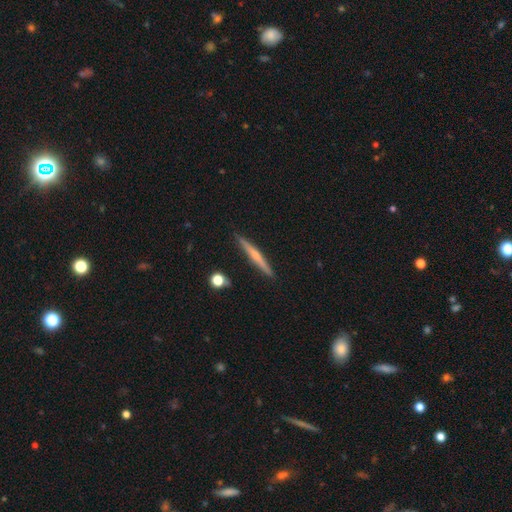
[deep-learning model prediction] smooth-or-featured: featured or disk: 63% | smooth: 31% | star or artifact: 6%
  disk-edge-on: yes: 98% | no: 2%
    edge-on-bulge: rounded: 71% | none: 25% | boxy: 4%
  merging: none: 91% | minor disturbance: 6% | merger: 1% | major disturbance: 1%